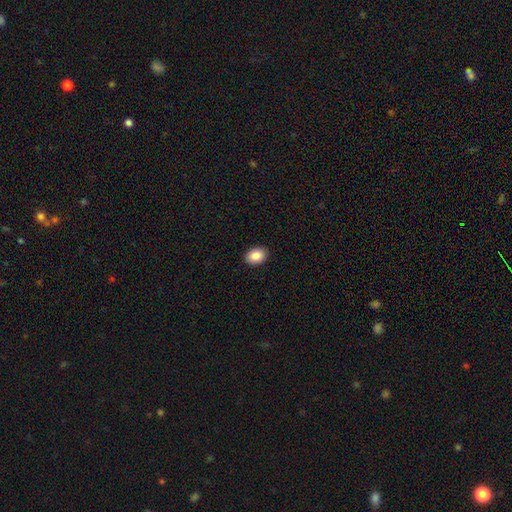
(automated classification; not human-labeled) Overall: smooth (88%). How rounded: in between (76%). Merging: none (90%).